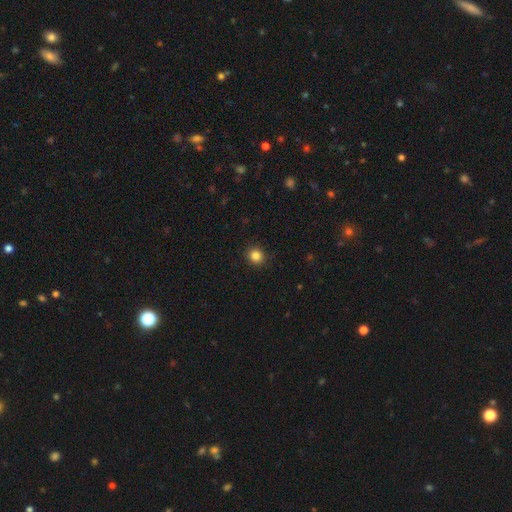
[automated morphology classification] smooth 84%, star or artifact 11%, featured or disk 4%. Down the decision tree: how rounded — round (87%); merging — none (91%).